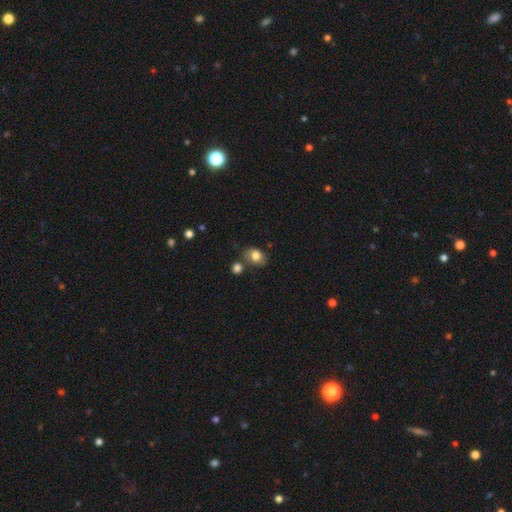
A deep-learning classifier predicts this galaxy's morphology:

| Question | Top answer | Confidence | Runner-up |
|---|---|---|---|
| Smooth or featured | smooth | 81% | featured or disk (10%) |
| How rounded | in between | 63% | round (36%) |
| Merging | none | 65% | minor disturbance (17%) |